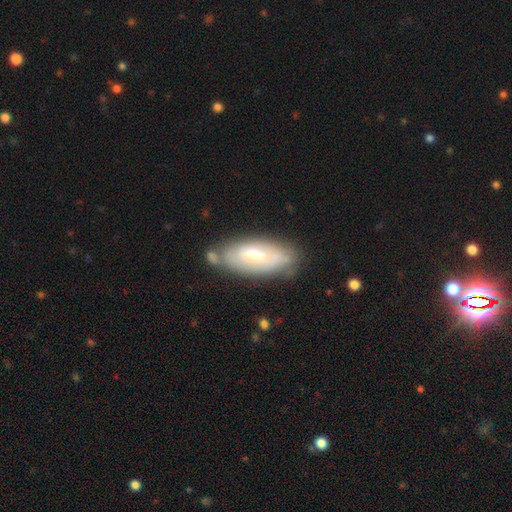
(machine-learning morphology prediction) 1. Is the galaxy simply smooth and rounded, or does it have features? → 48% smooth, 46% featured or disk, 6% star or artifact.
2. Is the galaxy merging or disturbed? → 59% none, 24% minor disturbance, 10% merger, 7% major disturbance.